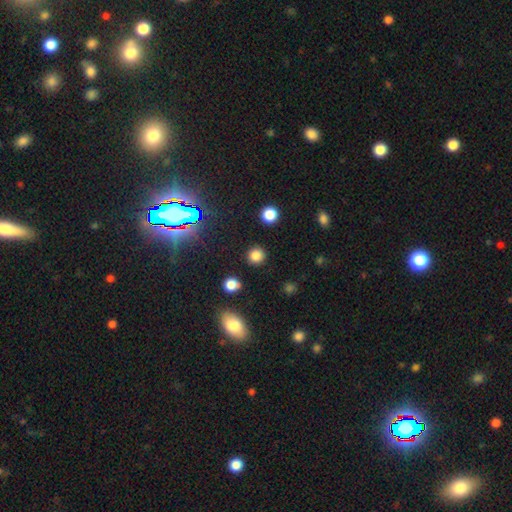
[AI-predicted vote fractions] smooth-or-featured: smooth: 80% | star or artifact: 16% | featured or disk: 5%
  how-rounded: round: 92% | in between: 7% | cigar-shaped: 1%
  merging: none: 90% | minor disturbance: 6% | major disturbance: 3% | merger: 2%